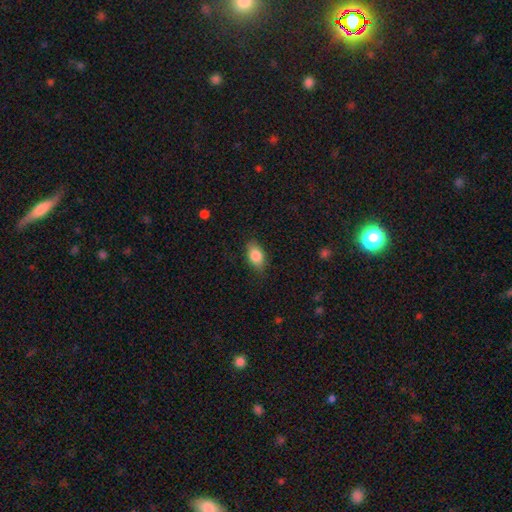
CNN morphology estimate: smooth_or_featured: smooth (p=0.84) [alt: featured or disk p=0.09]
how_rounded: in between (p=0.88) [alt: round p=0.08]
merging: none (p=0.83) [alt: minor disturbance p=0.13]